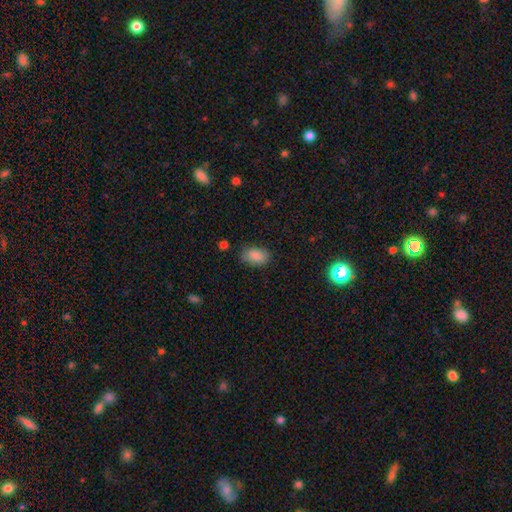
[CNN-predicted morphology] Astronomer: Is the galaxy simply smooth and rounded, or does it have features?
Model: smooth — 87%.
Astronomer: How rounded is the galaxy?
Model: in between — 89%.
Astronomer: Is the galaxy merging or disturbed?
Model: none — 79%.